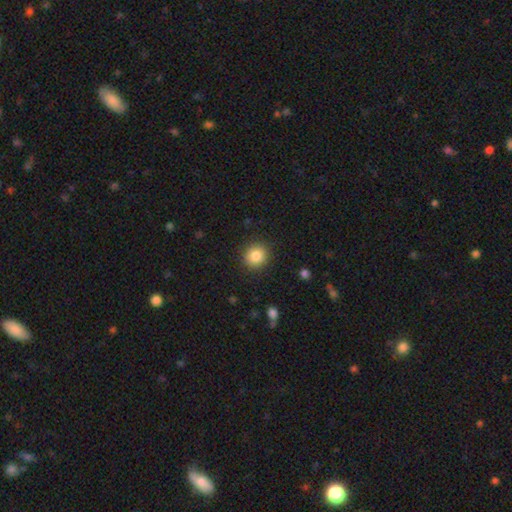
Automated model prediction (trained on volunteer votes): Smooth or featured? Predicted: smooth (p=0.85). How rounded? Predicted: round (p=0.88). Merging? Predicted: none (p=0.90).